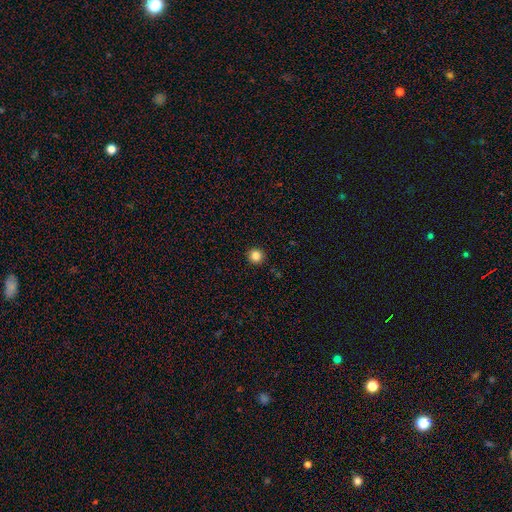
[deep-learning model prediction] smooth-or-featured: smooth: 84% | star or artifact: 11% | featured or disk: 5%
  how-rounded: round: 95% | in between: 4% | cigar-shaped: 1%
  merging: none: 93% | minor disturbance: 4% | major disturbance: 1% | merger: 1%